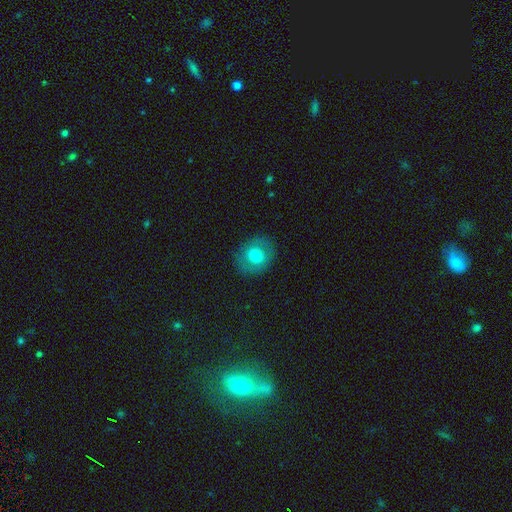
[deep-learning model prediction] smooth-or-featured: smooth: 68% | featured or disk: 23% | star or artifact: 9%
  how-rounded: round: 76% | in between: 23% | cigar-shaped: 1%
  merging: none: 84% | minor disturbance: 10% | major disturbance: 4% | merger: 1%